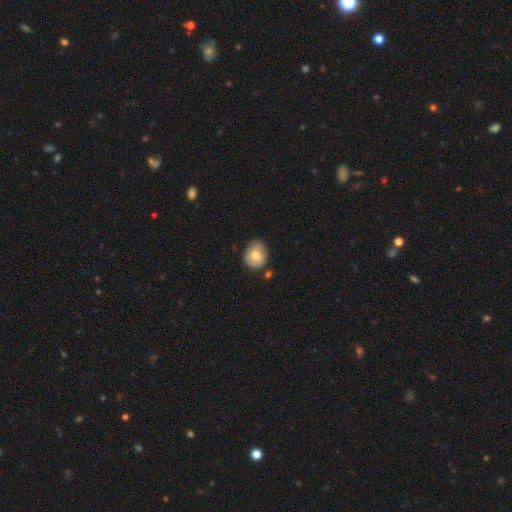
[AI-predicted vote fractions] smooth_or_featured: smooth (p=0.61) [alt: featured or disk p=0.32]
how_rounded: round (p=0.63) [alt: in between p=0.36]
merging: none (p=0.65) [alt: minor disturbance p=0.24]